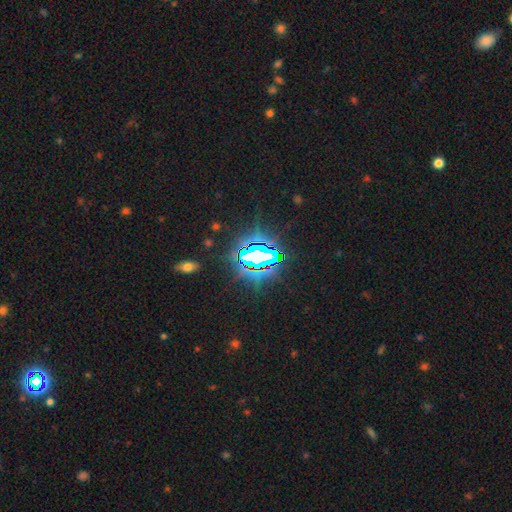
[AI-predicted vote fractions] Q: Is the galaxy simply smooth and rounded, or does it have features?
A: star or artifact — 78%.